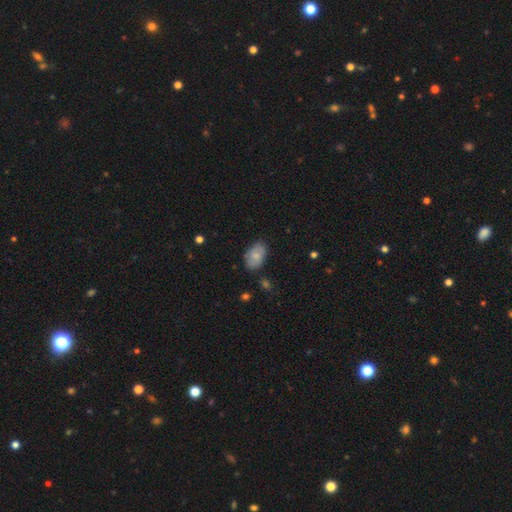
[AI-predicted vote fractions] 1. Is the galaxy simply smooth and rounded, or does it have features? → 77% smooth, 16% featured or disk, 7% star or artifact.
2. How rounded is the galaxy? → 92% in between, 7% round, 1% cigar-shaped.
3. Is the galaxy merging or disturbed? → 78% none, 17% minor disturbance, 3% major disturbance, 2% merger.